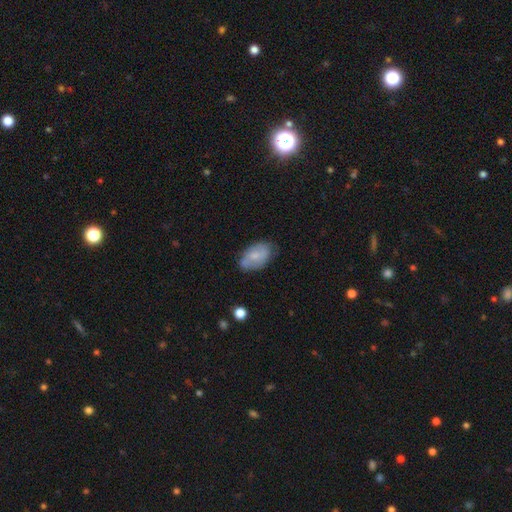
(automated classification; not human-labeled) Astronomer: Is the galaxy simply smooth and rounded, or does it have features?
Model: smooth — 63%.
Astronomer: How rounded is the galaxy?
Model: in between — 92%.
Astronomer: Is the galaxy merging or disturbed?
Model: none — 64%.